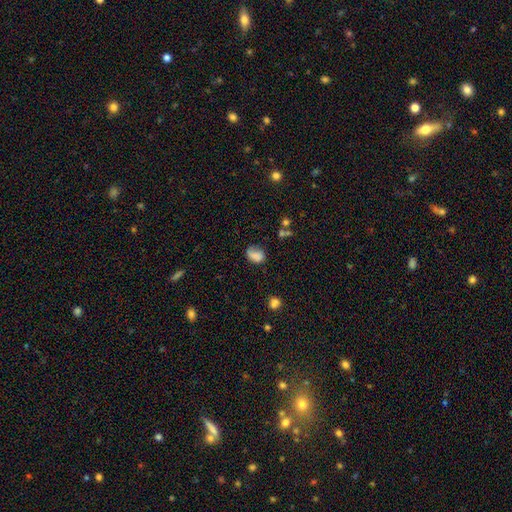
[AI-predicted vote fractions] Smooth or featured? Predicted: smooth (p=0.77). How rounded? Predicted: in between (p=0.67). Merging? Predicted: none (p=0.52).